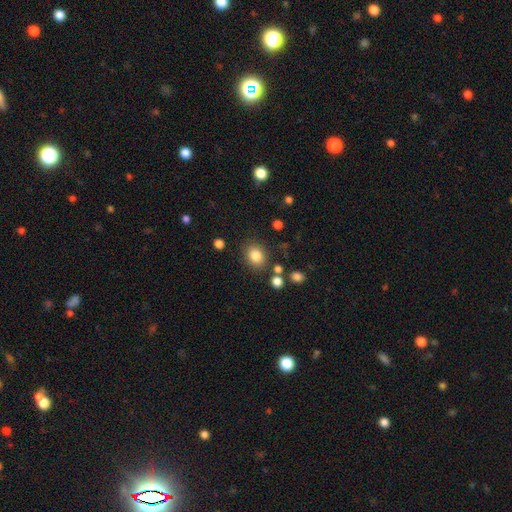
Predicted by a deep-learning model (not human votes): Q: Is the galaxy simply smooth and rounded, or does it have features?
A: smooth — 83%.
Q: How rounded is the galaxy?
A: round — 61%.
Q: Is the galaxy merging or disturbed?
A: none — 82%.